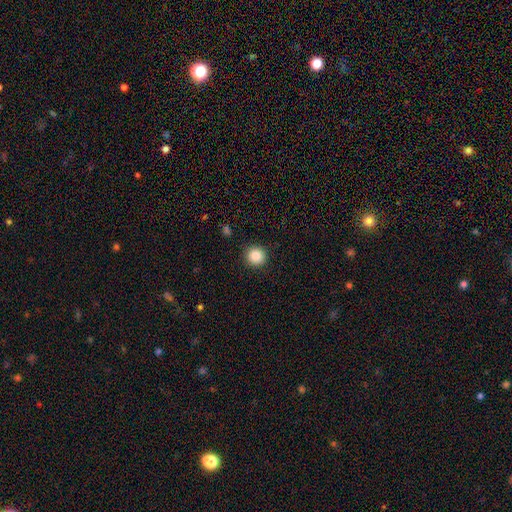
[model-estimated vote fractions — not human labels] smooth_or_featured: smooth (p=0.86) [alt: star or artifact p=0.10]
how_rounded: round (p=0.93) [alt: in between p=0.06]
merging: none (p=0.92) [alt: minor disturbance p=0.05]